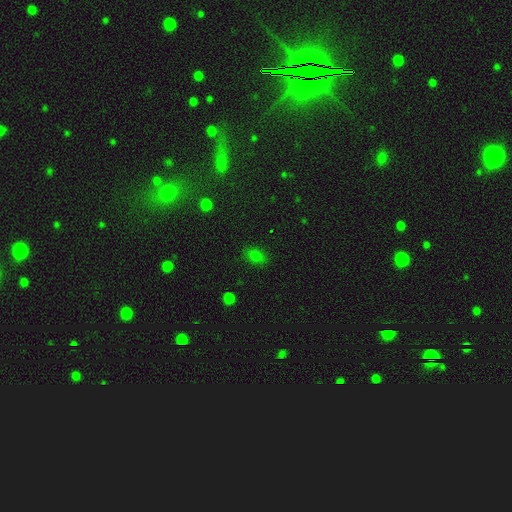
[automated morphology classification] A smooth galaxy with no disk features (74%) that is in between round and cigar-shaped (75%). Merging: none (82%).